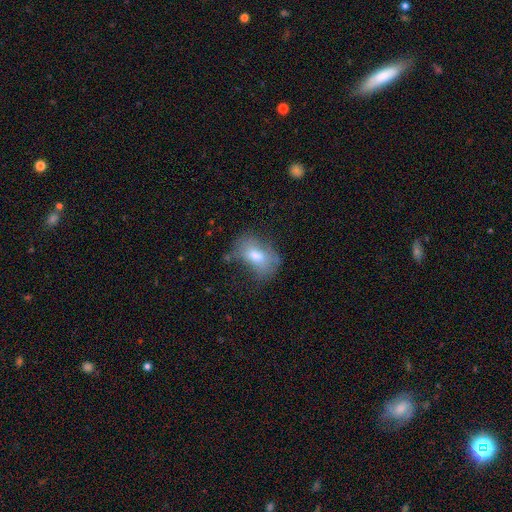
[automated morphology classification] Overall: smooth (63%; featured or disk 27%). How rounded: in between (84%). Merging: none (43%; minor disturbance 31%).